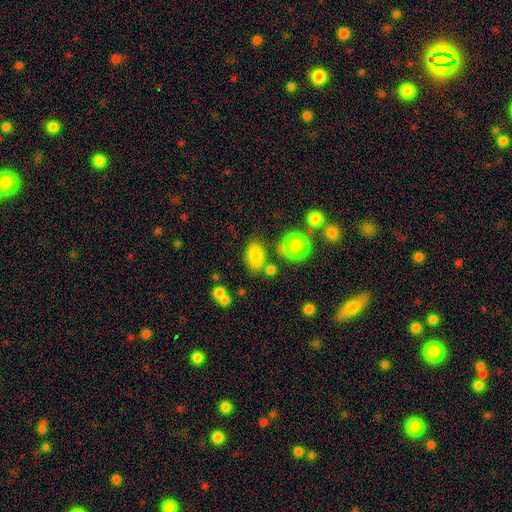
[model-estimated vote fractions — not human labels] smooth-or-featured: smooth: 81% | star or artifact: 12% | featured or disk: 7%
  how-rounded: in between: 83% | round: 15% | cigar-shaped: 2%
  merging: none: 70% | minor disturbance: 15% | merger: 9% | major disturbance: 5%